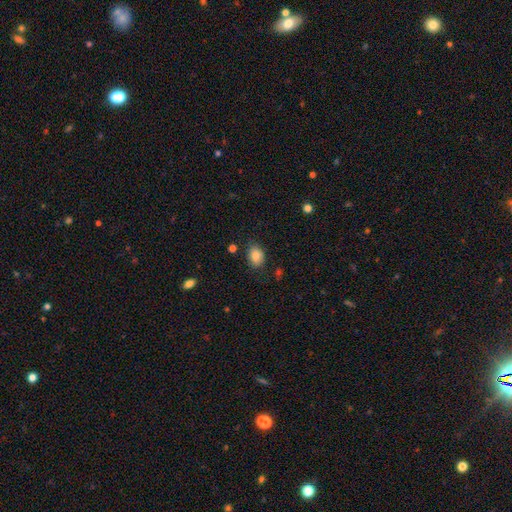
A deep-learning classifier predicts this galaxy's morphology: smooth-or-featured: smooth: 82% | star or artifact: 9% | featured or disk: 8%
  how-rounded: in between: 72% | round: 27% | cigar-shaped: 1%
  merging: none: 79% | minor disturbance: 15% | major disturbance: 3% | merger: 2%